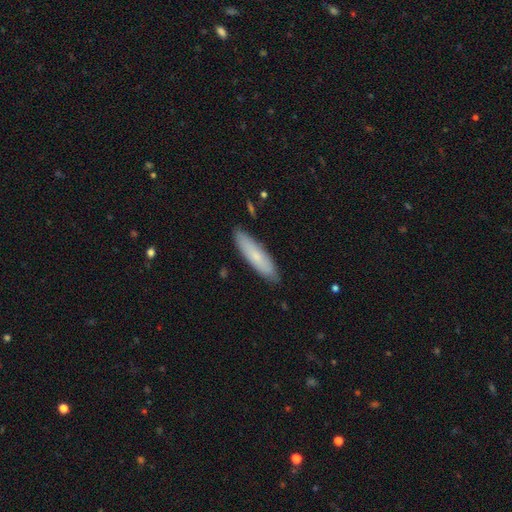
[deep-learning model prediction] The model was most divided on "how rounded": cigar-shaped: 70%, in between: 29%, round: 1%. More confident: merging — none (86%); smooth or featured — smooth (73%).